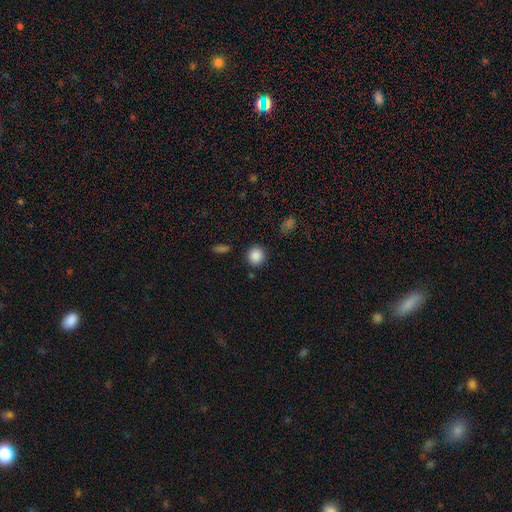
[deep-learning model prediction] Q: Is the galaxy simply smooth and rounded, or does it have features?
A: smooth — 87%.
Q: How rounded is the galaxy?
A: round — 89%.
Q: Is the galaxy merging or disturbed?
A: none — 87%.